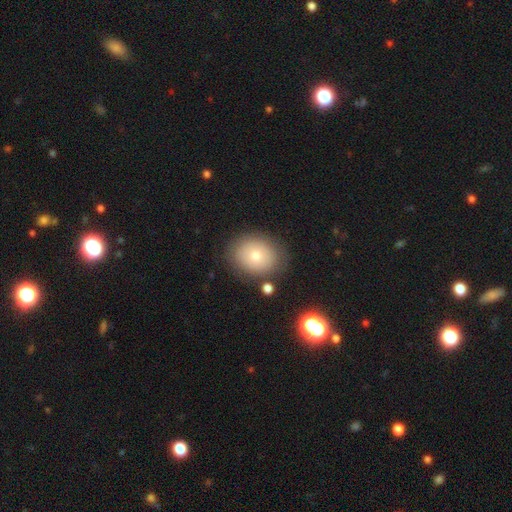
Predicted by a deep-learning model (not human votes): The model was most divided on "how rounded": in between: 50%, round: 49%, cigar-shaped: 1%. More confident: merging — none (80%); smooth or featured — smooth (76%).